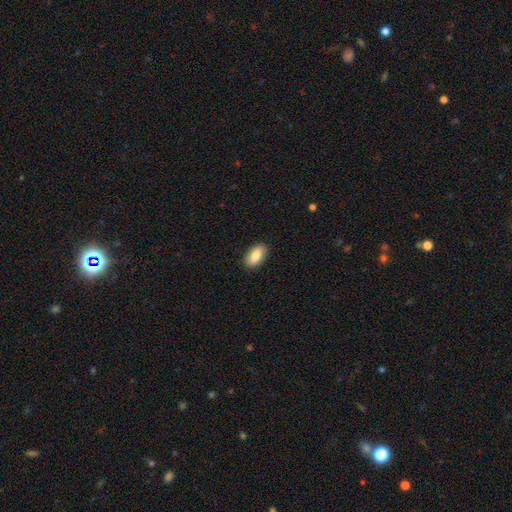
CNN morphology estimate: Smooth or featured? Predicted: smooth (p=0.86). How rounded? Predicted: in between (p=0.92). Merging? Predicted: none (p=0.89).